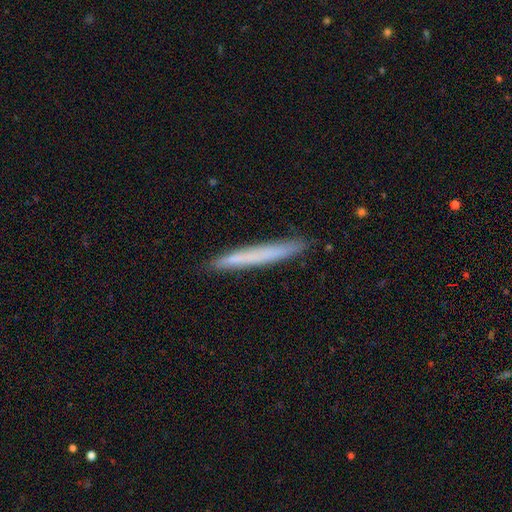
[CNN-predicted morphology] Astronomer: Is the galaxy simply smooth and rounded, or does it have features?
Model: smooth — 63%.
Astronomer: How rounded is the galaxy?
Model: cigar-shaped — 97%.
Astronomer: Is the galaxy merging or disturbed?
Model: none — 90%.